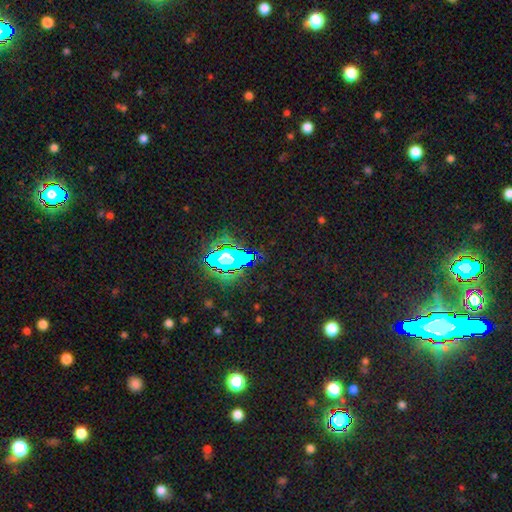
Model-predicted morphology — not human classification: This appears to be a star or artifact, not a galaxy (74%).